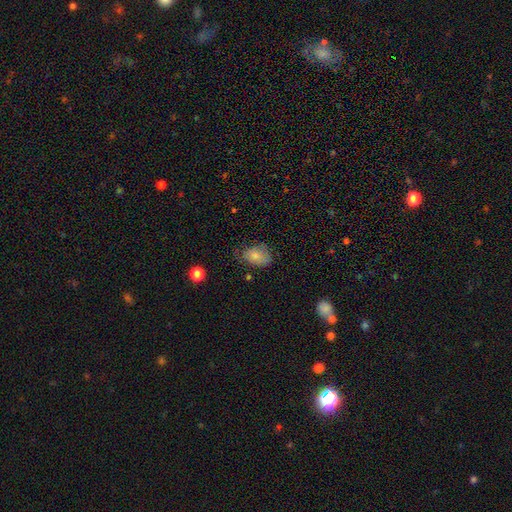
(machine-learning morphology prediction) Smooth or featured: smooth — 77% (featured or disk — 14%)
How rounded: in between — 79% (round — 20%)
Merging: none — 54% (minor disturbance — 32%)